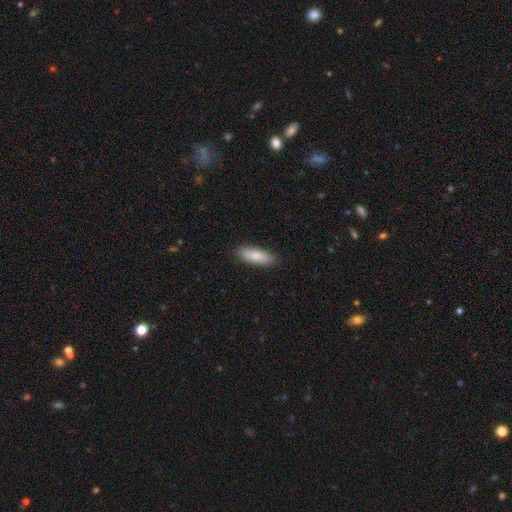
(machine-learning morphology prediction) smooth 83%, featured or disk 11%, star or artifact 6%. Down the decision tree: how rounded — in between (64%); merging — none (88%).